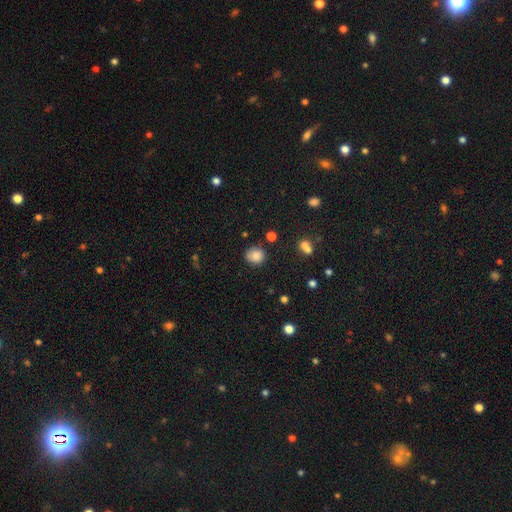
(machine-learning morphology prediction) A smooth galaxy with no disk features (83%) that is round (85%). Merging: none (78%).